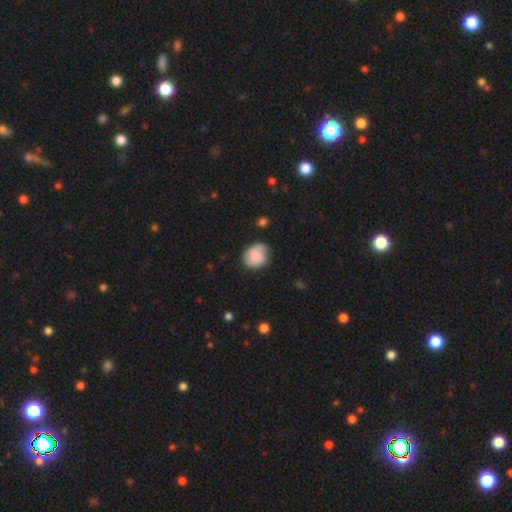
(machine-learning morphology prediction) Smooth or featured? Predicted: smooth (p=0.65). How rounded? Predicted: round (p=0.59). Merging? Predicted: none (p=0.56).